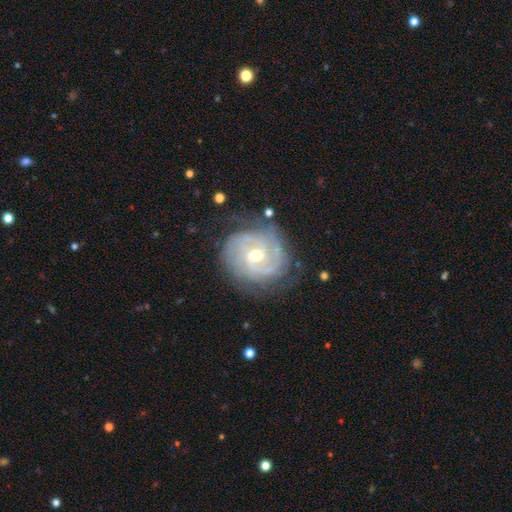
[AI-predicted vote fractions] smooth_or_featured: featured or disk (p=0.86) [alt: smooth p=0.08]
disk_edge_on: no (p=0.97) [alt: yes p=0.03]
bar: no (p=0.46) [alt: weak p=0.43]
has_spiral_arms: yes (p=0.95) [alt: no p=0.05]
spiral_winding: tight (p=0.66) [alt: medium p=0.28]
spiral_arm_count: 2 (p=0.35) [alt: can't tell p=0.27]
bulge_size: moderate (p=0.57) [alt: small p=0.39]
merging: none (p=0.71) [alt: minor disturbance p=0.19]